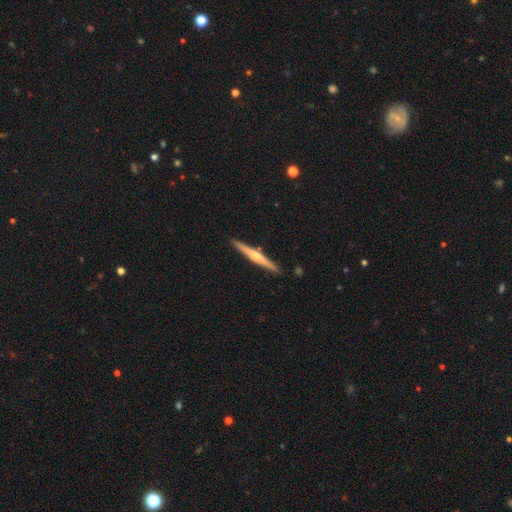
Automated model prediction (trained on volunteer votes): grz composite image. It shows a featured or disk galaxy (61%) viewed edge-on (98%) with a rounded central bulge (74%). Merging: none (90%).